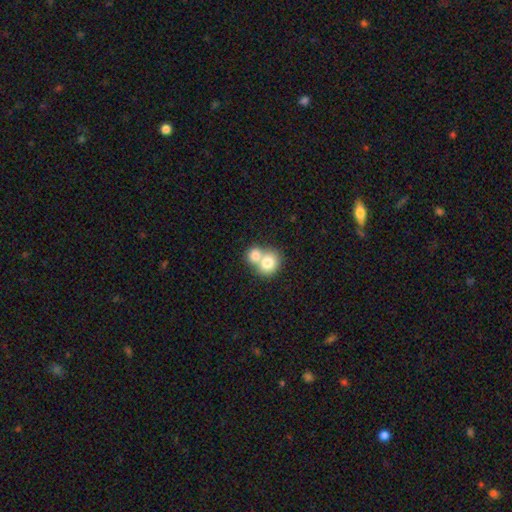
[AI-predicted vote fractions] The model was most divided on "how rounded": round: 70%, in between: 29%, cigar-shaped: 1%. More confident: smooth or featured — smooth (77%); merging — merger (68%).